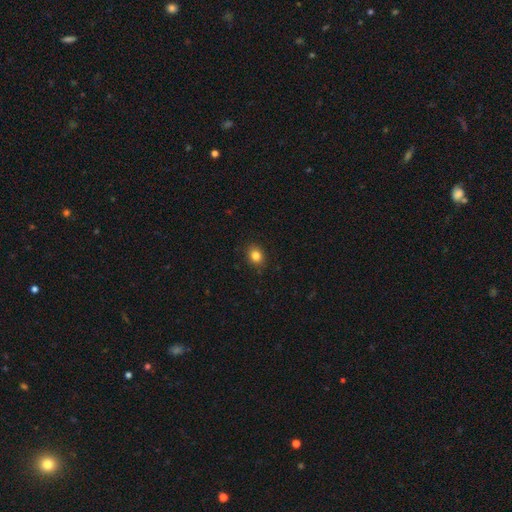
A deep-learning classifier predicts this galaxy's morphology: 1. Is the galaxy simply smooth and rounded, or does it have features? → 83% smooth, 11% star or artifact, 6% featured or disk.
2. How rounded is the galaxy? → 55% round, 44% in between, 1% cigar-shaped.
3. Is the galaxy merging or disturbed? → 88% none, 9% minor disturbance, 2% major disturbance, 1% merger.